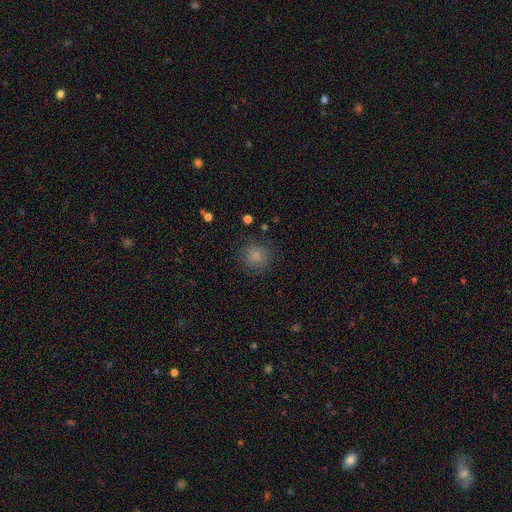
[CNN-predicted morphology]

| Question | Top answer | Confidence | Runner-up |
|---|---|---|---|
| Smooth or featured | smooth | 83% | star or artifact (11%) |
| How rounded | round | 90% | in between (9%) |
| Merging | none | 84% | minor disturbance (10%) |